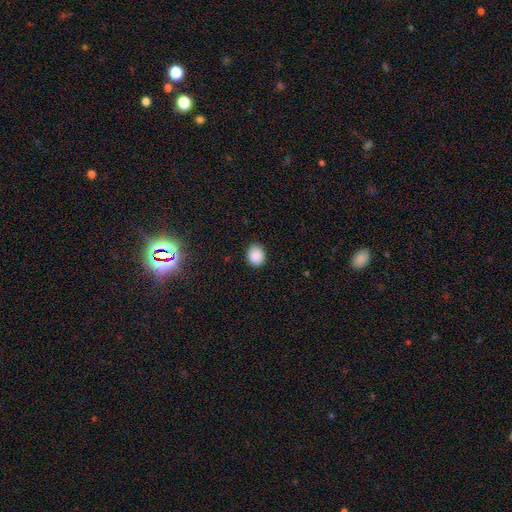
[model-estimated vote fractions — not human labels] Smooth or featured? smooth (89%)
How rounded? round (61%)
Merging? none (89%)